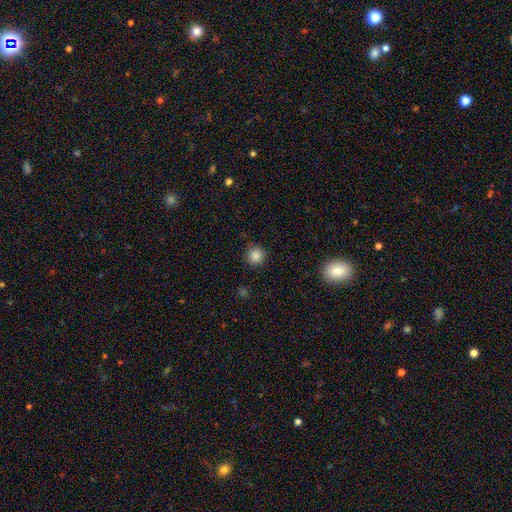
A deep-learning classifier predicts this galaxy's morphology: smooth 85%, star or artifact 11%, featured or disk 4%. Down the decision tree: how rounded — round (94%); merging — none (87%).